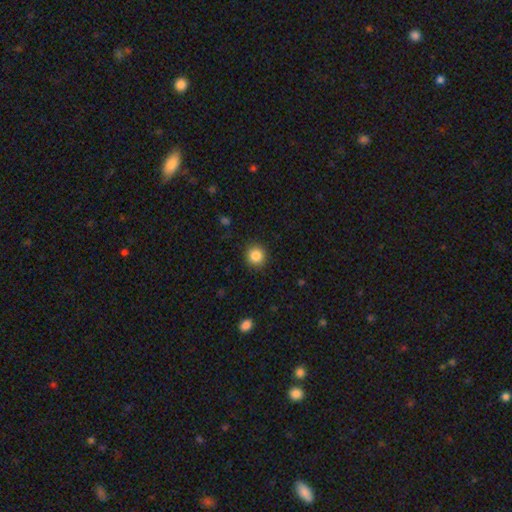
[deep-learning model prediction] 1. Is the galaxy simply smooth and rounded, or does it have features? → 86% smooth, 10% star or artifact, 4% featured or disk.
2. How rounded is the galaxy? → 92% round, 7% in between, 1% cigar-shaped.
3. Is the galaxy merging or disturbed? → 90% none, 7% minor disturbance, 2% major disturbance, 1% merger.